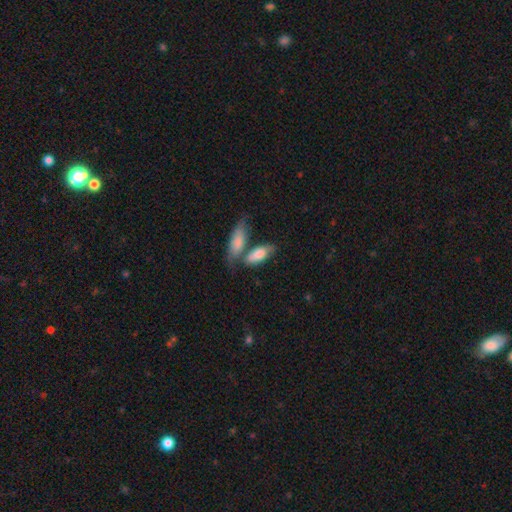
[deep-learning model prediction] Smooth or featured?
  - smooth: 76% *
  - featured or disk: 18%
  - star or artifact: 6%
How rounded?
  - in between: 75% *
  - cigar-shaped: 22%
  - round: 3%
Merging?
  - none: 44% *
  - merger: 37%
  - minor disturbance: 14%
  - major disturbance: 5%